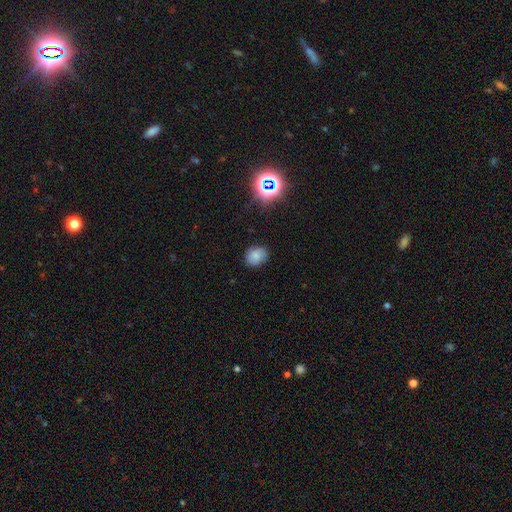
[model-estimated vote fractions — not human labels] A smooth galaxy with no disk features (77%) that is round (57%).

Vote fractions:
- Smooth or featured? smooth: 77% / star or artifact: 14% / featured or disk: 8%
- How rounded? round: 57% / in between: 42% / cigar-shaped: 1%
- Merging? none: 82% / minor disturbance: 14% / major disturbance: 3% / merger: 1%